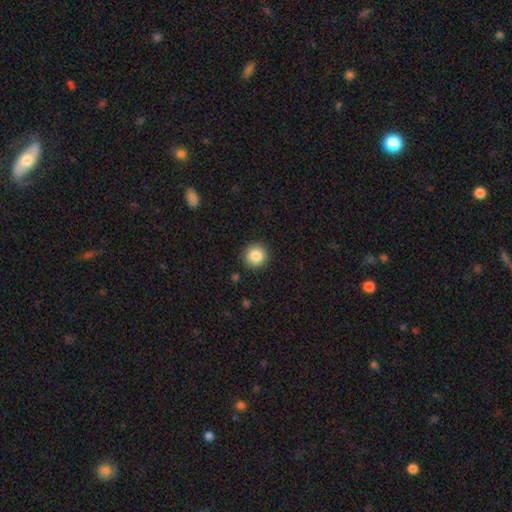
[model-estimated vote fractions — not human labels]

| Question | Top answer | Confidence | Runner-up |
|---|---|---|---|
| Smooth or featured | smooth | 86% | star or artifact (9%) |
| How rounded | round | 93% | in between (6%) |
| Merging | none | 91% | minor disturbance (6%) |